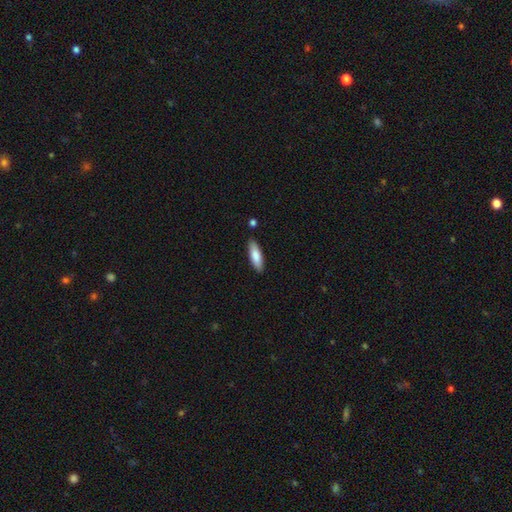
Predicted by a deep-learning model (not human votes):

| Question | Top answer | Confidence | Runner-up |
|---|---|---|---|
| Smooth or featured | smooth | 82% | featured or disk (13%) |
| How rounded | cigar-shaped | 51% | in between (48%) |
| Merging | none | 86% | minor disturbance (10%) |